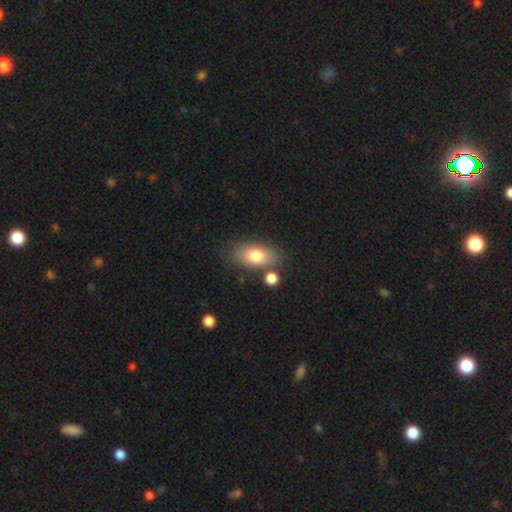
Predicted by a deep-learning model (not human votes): Smooth or featured?
  - smooth: 78% *
  - featured or disk: 15%
  - star or artifact: 7%
How rounded?
  - in between: 89% *
  - round: 7%
  - cigar-shaped: 4%
Merging?
  - none: 70% *
  - minor disturbance: 14%
  - merger: 12%
  - major disturbance: 5%